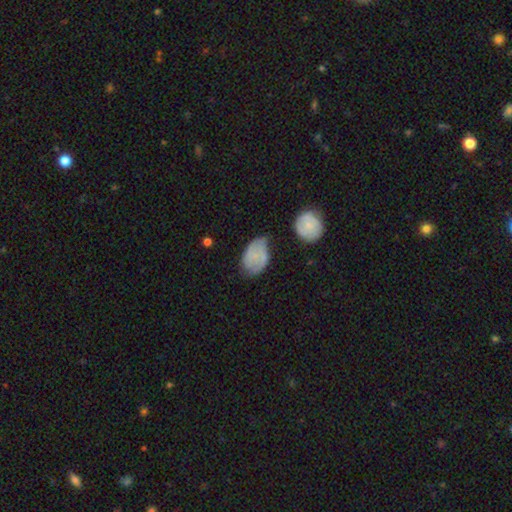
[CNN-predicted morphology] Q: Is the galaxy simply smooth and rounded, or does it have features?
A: smooth — 51%.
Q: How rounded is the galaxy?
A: in between — 86%.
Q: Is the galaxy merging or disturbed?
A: none — 45%.